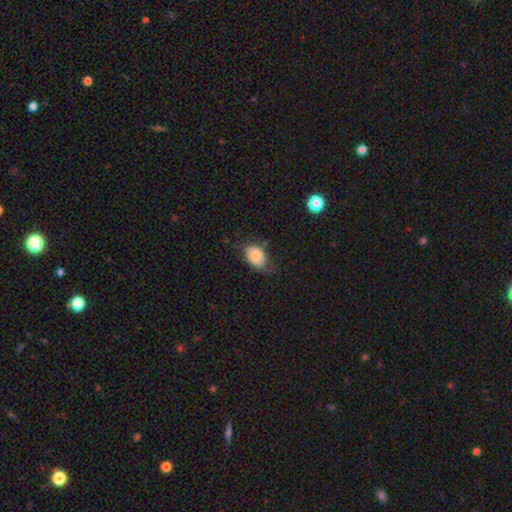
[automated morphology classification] A smooth galaxy with no disk features (74%) that is in between round and cigar-shaped (83%). Merging: none (51%).